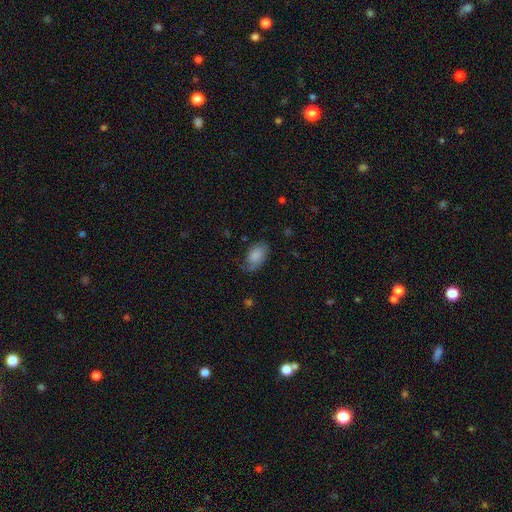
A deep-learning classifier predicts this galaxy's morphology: This is likely a smooth galaxy (73%). How rounded: clearly in between (93%). Merging: possibly none (53%).